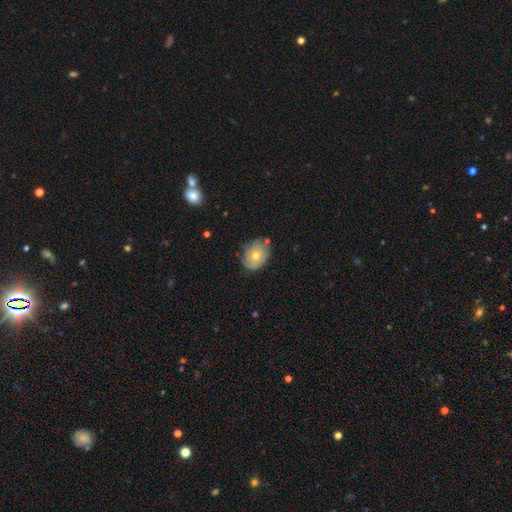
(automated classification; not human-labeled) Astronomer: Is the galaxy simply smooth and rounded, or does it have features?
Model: smooth — 54% (runner-up: featured or disk, 37%).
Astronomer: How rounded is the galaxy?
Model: in between — 62% (runner-up: round, 37%).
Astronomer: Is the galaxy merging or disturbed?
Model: none — 71%.